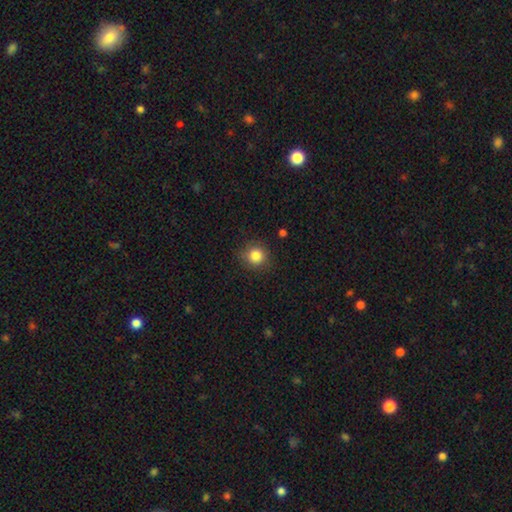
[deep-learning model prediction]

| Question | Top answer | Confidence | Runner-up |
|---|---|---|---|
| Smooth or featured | smooth | 84% | star or artifact (11%) |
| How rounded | round | 91% | in between (8%) |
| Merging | none | 86% | minor disturbance (9%) |